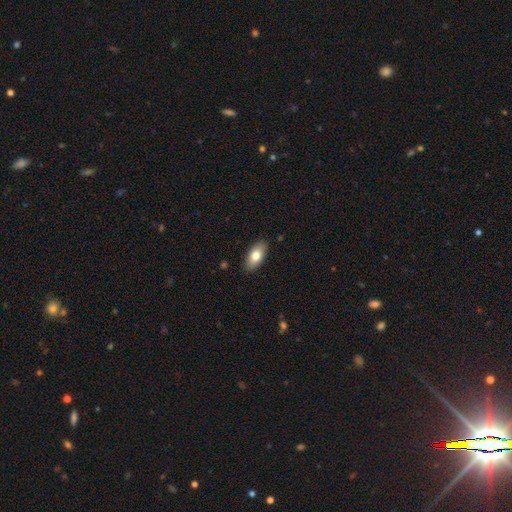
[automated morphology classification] Smooth or featured?
  - smooth: 77% *
  - featured or disk: 16%
  - star or artifact: 6%
How rounded?
  - in between: 91% *
  - cigar-shaped: 5%
  - round: 3%
Merging?
  - none: 88% *
  - minor disturbance: 9%
  - major disturbance: 2%
  - merger: 1%